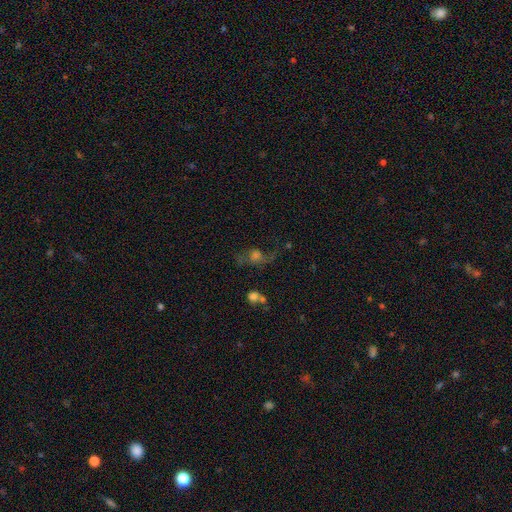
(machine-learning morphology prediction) A featured or disk galaxy (53%). Merging: none (48%).